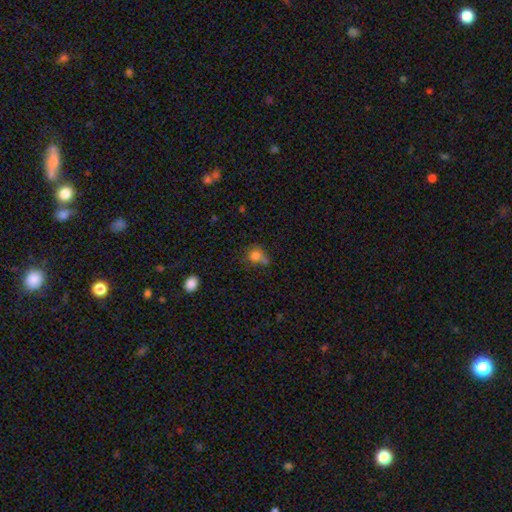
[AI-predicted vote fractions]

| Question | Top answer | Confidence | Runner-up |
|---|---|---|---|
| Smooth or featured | smooth | 79% | star or artifact (12%) |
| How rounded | round | 78% | in between (21%) |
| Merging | none | 47% | merger (24%) |